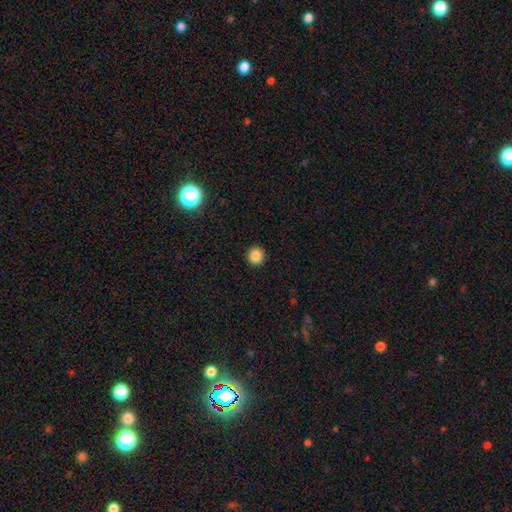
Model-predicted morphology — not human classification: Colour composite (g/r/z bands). It shows a smooth galaxy with no disk features (86%) that is round (94%). Merging: none (93%).